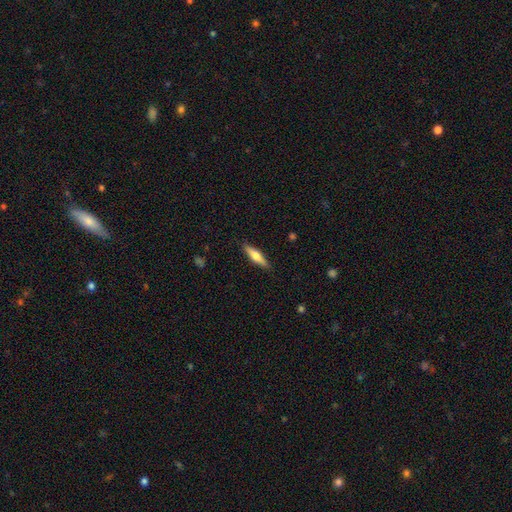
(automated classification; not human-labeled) This is possibly a smooth galaxy (49%). Merging: clearly none (90%).